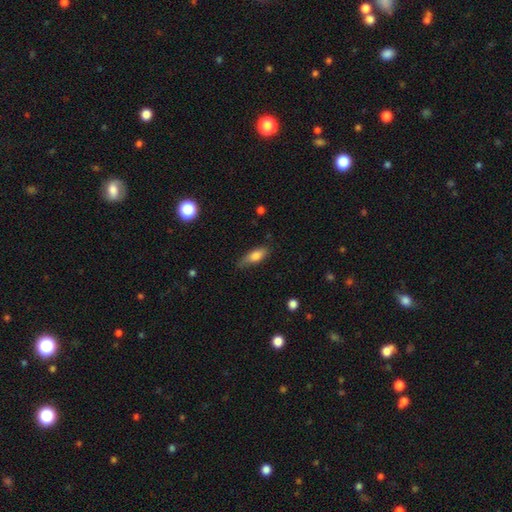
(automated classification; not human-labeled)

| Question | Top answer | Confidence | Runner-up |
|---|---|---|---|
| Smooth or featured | smooth | 76% | featured or disk (17%) |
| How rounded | in between | 69% | cigar-shaped (28%) |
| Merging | none | 68% | minor disturbance (26%) |